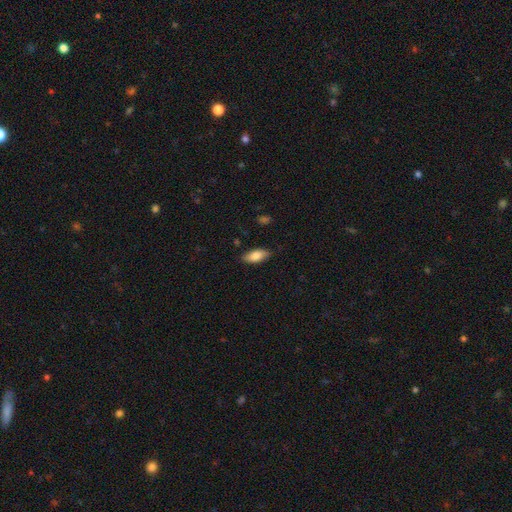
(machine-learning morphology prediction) The model was most divided on "smooth or featured": smooth: 81%, featured or disk: 13%, star or artifact: 6%. More confident: merging — none (84%); how rounded — in between (83%).